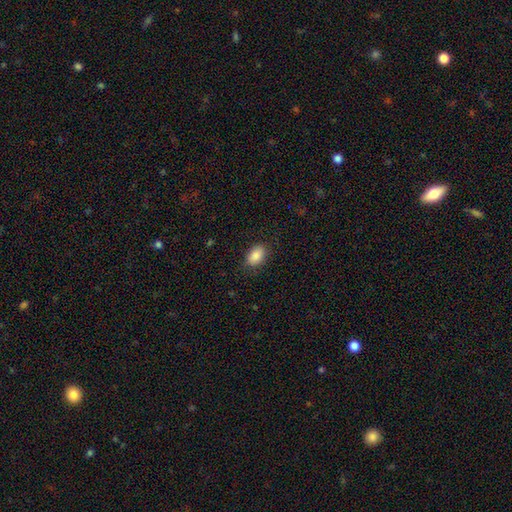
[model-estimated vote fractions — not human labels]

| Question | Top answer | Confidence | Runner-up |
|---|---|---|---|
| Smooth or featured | smooth | 88% | star or artifact (7%) |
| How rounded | in between | 88% | round (10%) |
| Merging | none | 83% | minor disturbance (13%) |